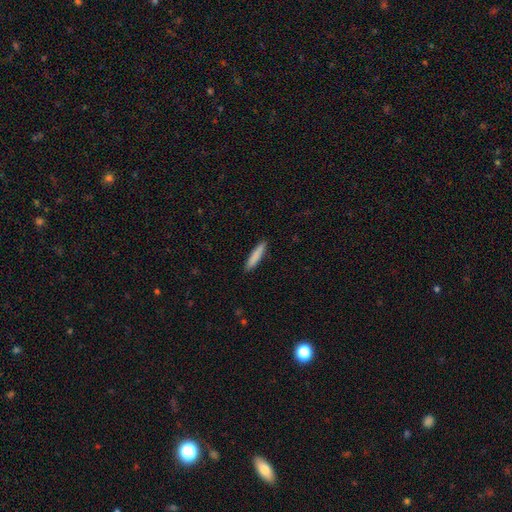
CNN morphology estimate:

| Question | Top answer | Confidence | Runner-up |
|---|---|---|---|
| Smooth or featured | smooth | 85% | featured or disk (9%) |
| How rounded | cigar-shaped | 87% | in between (12%) |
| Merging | none | 90% | minor disturbance (8%) |